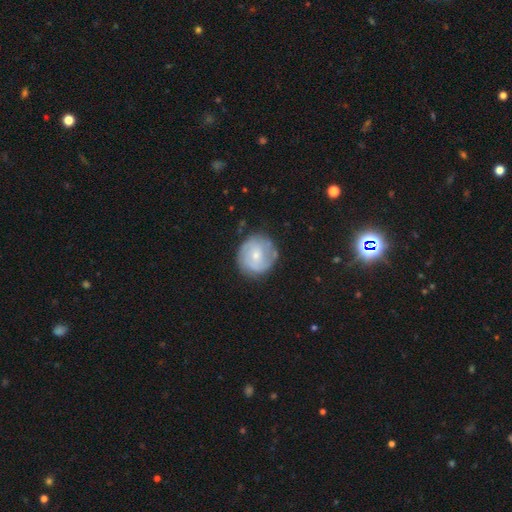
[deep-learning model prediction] Smooth or featured?
  - featured or disk: 61% *
  - smooth: 33%
  - star or artifact: 6%
Edge-on disk?
  - no: 98% *
  - yes: 2%
Bar?
  - no: 53% *
  - weak: 40%
  - strong: 7%
Spiral arms?
  - yes: 82% *
  - no: 18%
Bulge size?
  - small: 57% *
  - moderate: 38%
  - none: 2%
  - large: 2%
  - dominant: 1%
Merging?
  - none: 76% *
  - minor disturbance: 17%
  - major disturbance: 6%
  - merger: 2%